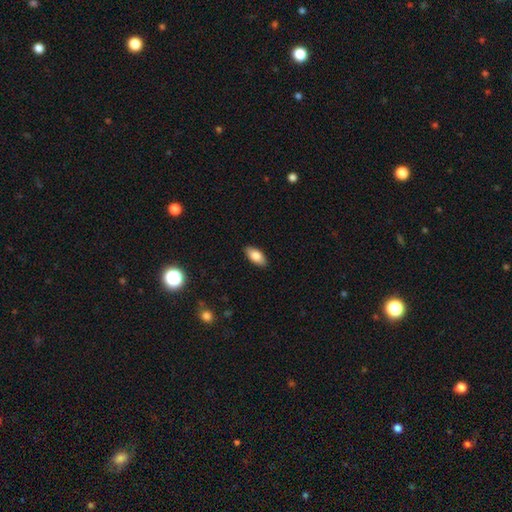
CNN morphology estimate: Q: Smooth or featured?
A: smooth (82%); runner-up: featured or disk (11%)
Q: How rounded?
A: in between (89%); runner-up: cigar-shaped (9%)
Q: Merging?
A: none (88%); runner-up: minor disturbance (9%)